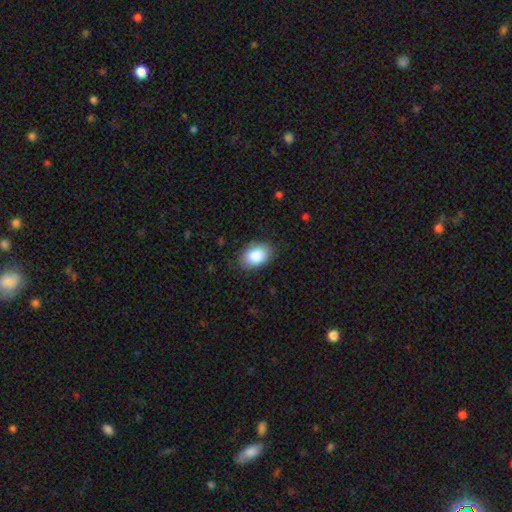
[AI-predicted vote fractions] A smooth galaxy with no disk features (88%) that is in between round and cigar-shaped (88%). Merging: none (84%).